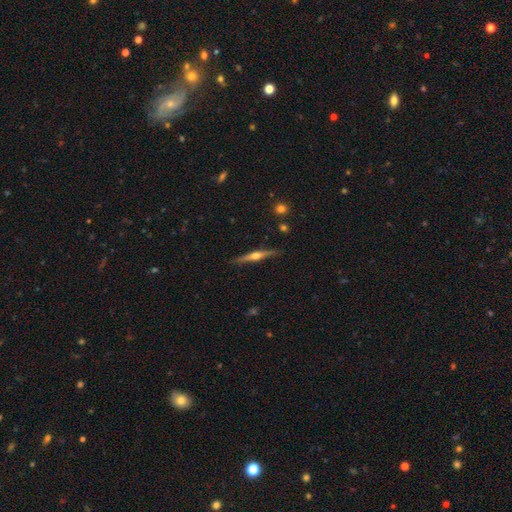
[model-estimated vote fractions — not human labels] This is likely a featured or disk galaxy (73%). It is clearly viewed edge-on (98%). Edge-on bulge: clearly rounded (92%). Merging: clearly none (86%).